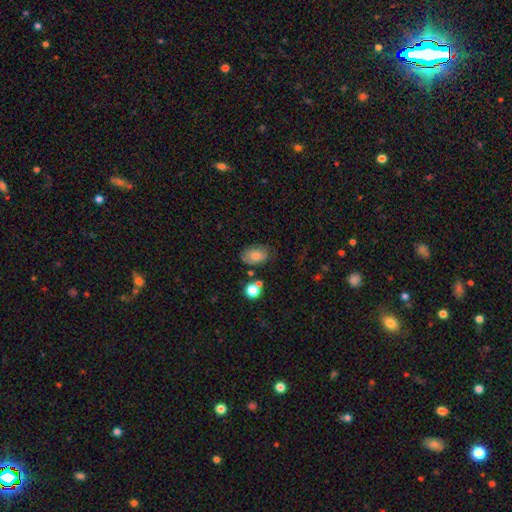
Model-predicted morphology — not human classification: Smooth or featured? smooth (75%)
How rounded? in between (84%)
Merging? none (71%)